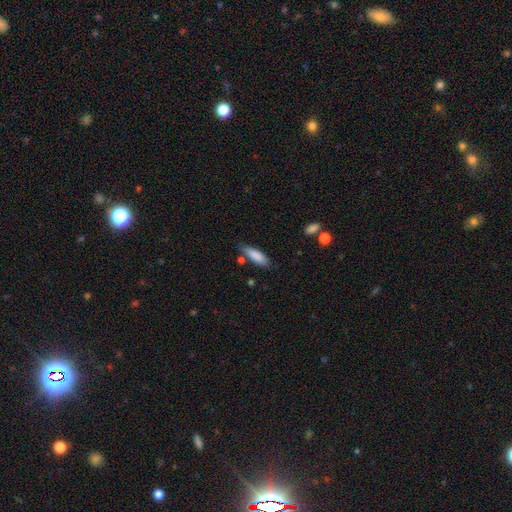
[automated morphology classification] The model was most divided on "how rounded" (2-way tie): in between: 49%, cigar-shaped: 49%, round: 2%. More confident: smooth or featured — smooth (86%); merging — none (71%).